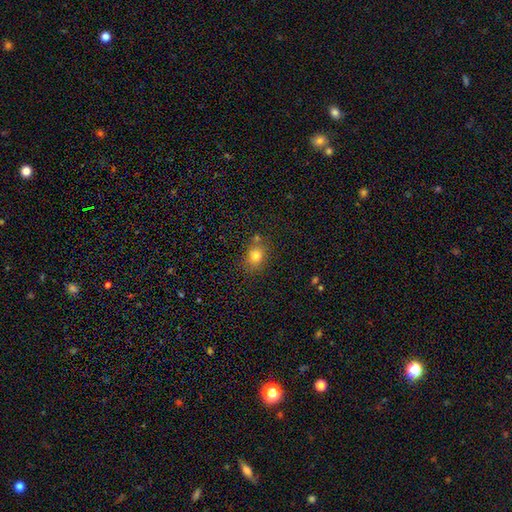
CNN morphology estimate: Smooth or featured? smooth (78%)
How rounded? round (60%)
Merging? none (70%)